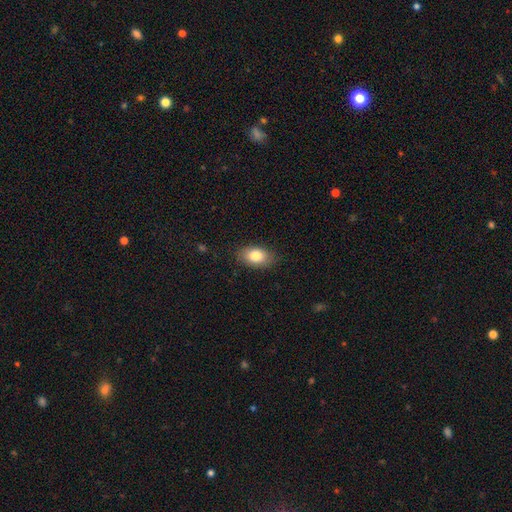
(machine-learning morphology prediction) smooth-or-featured: smooth: 82% | featured or disk: 10% | star or artifact: 8%
  how-rounded: in between: 87% | round: 11% | cigar-shaped: 2%
  merging: none: 84% | minor disturbance: 12% | major disturbance: 3% | merger: 1%